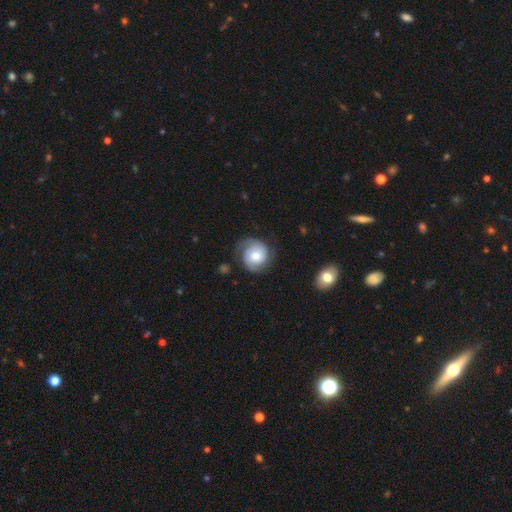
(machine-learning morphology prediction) This is likely a featured or disk galaxy (64%). It is clearly not viewed edge-on (98%). Bar: likely no (72%). Spiral arm pattern: clearly yes (92%). Spiral arm count: likely 2 (73%). Spiral winding: possibly tight (53%). Central bulge: likely moderate (62%). Merging: likely none (68%).